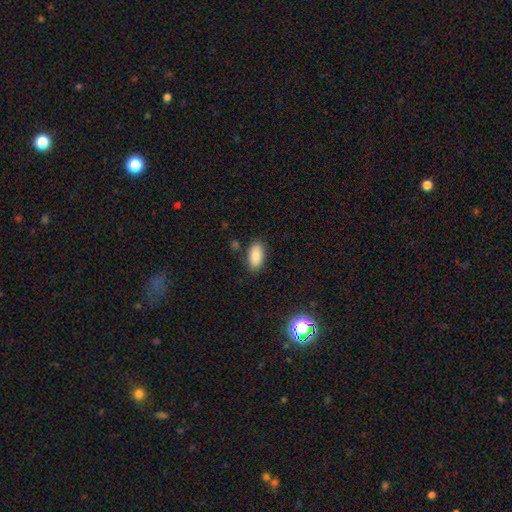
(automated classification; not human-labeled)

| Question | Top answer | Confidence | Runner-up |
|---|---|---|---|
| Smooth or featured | smooth | 86% | star or artifact (8%) |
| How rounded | in between | 93% | cigar-shaped (4%) |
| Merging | none | 83% | minor disturbance (11%) |